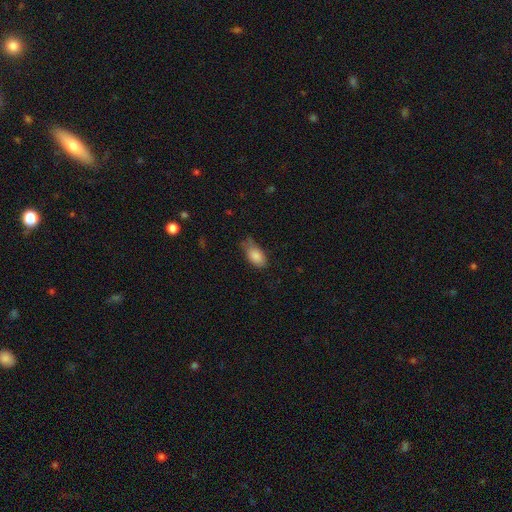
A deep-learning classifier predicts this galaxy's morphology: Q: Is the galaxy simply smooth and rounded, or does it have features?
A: smooth — 86%.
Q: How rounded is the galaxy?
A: in between — 92%.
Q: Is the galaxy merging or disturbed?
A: none — 56%.